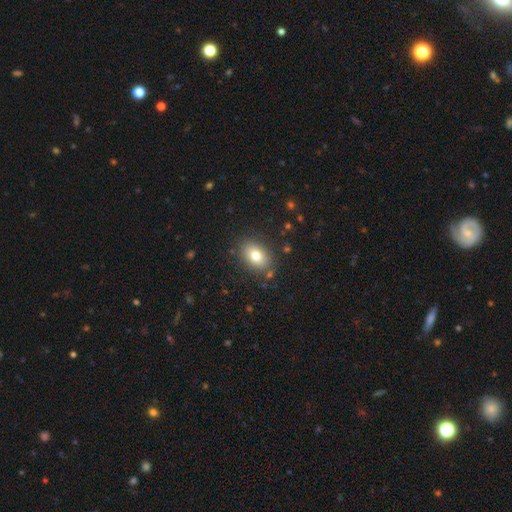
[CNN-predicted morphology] This is likely a smooth galaxy (79%). How rounded: likely in between (76%). Merging: clearly none (84%).